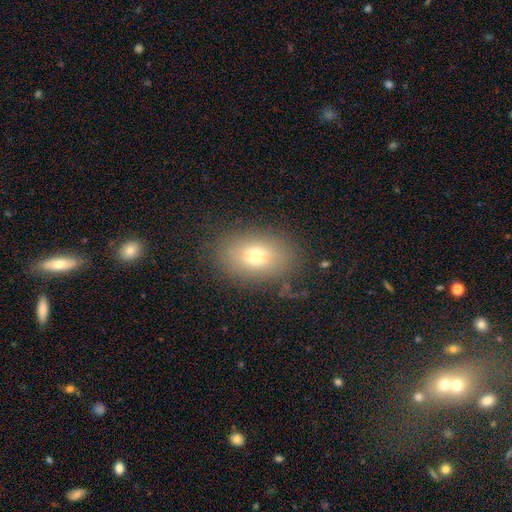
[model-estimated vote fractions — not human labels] Smooth or featured: smooth — 63% (featured or disk — 23%)
How rounded: in between — 82% (round — 15%)
Merging: none — 79% (minor disturbance — 14%)